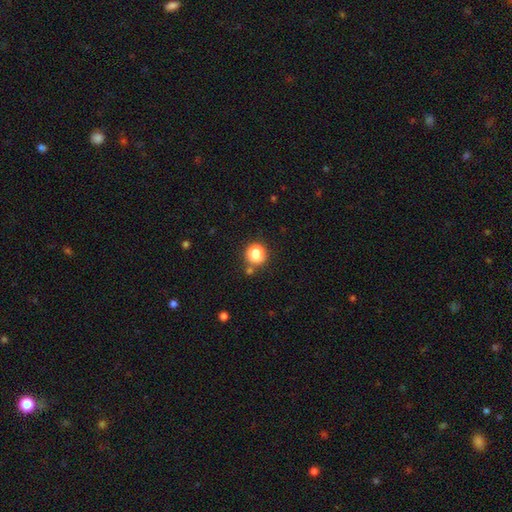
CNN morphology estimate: A smooth galaxy with no disk features (82%) that is round (84%).

Vote fractions:
- Smooth or featured? smooth: 82% / star or artifact: 12% / featured or disk: 7%
- How rounded? round: 84% / in between: 15% / cigar-shaped: 1%
- Merging? none: 75% / minor disturbance: 13% / merger: 9% / major disturbance: 4%